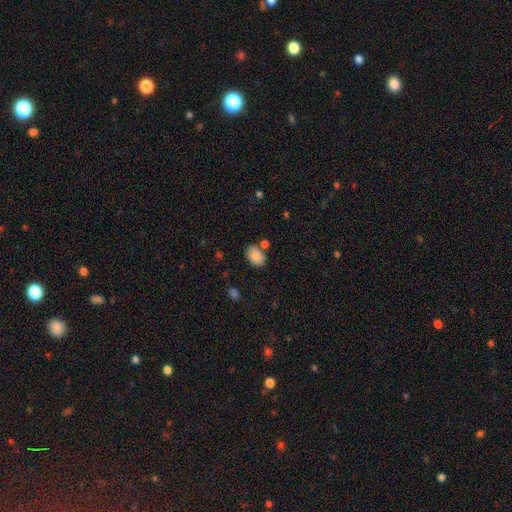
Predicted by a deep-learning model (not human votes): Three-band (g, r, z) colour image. It shows a smooth galaxy with no disk features (87%) that is in between round and cigar-shaped (80%). Merging: none (68%).